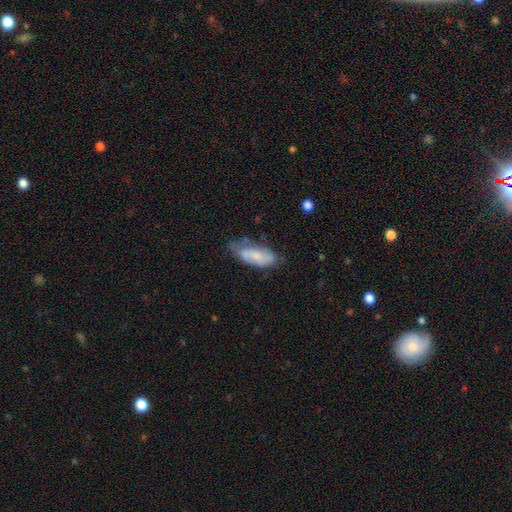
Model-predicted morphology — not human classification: smooth 47%, featured or disk 46%, star or artifact 7%. Down the decision tree: merging — none (49%).